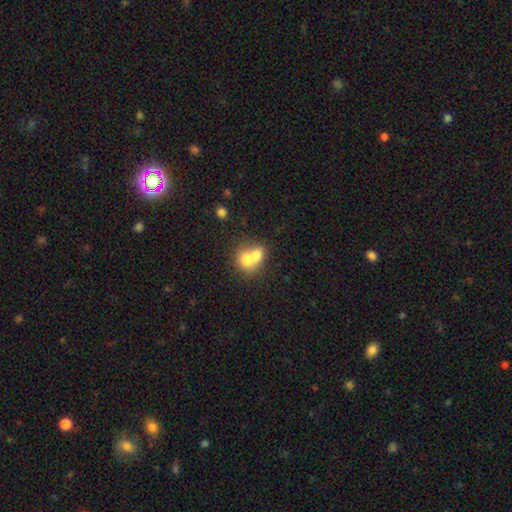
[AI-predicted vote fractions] The model was most divided on "how rounded": round: 62%, in between: 37%, cigar-shaped: 1%. More confident: merging — merger (71%); smooth or featured — smooth (71%).